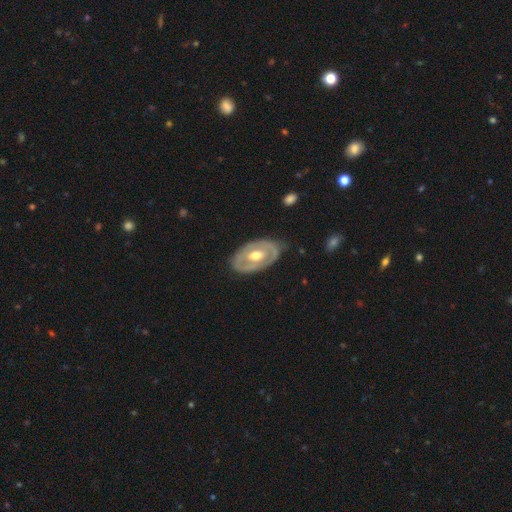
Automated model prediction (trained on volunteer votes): Overall: featured or disk (68%; smooth 28%). Edge-on disk: no (92%). Bar: no (63%; weak 26%). Spiral arms: no (70%; yes 30%). Bulge size: moderate (75%). Merging: none (76%).